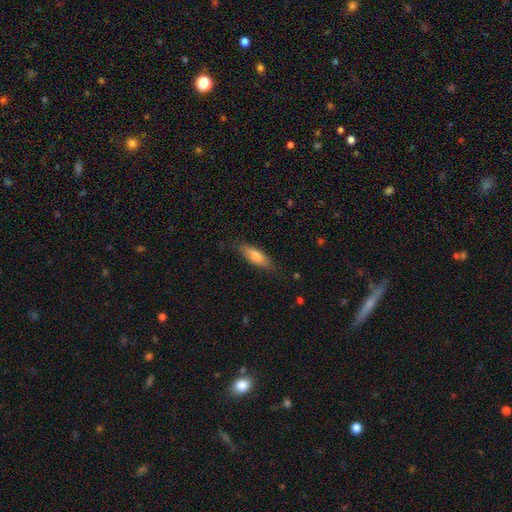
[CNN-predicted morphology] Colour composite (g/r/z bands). It shows a smooth galaxy with no disk features (72%) that is in between round and cigar-shaped (54%). Merging: none (81%).